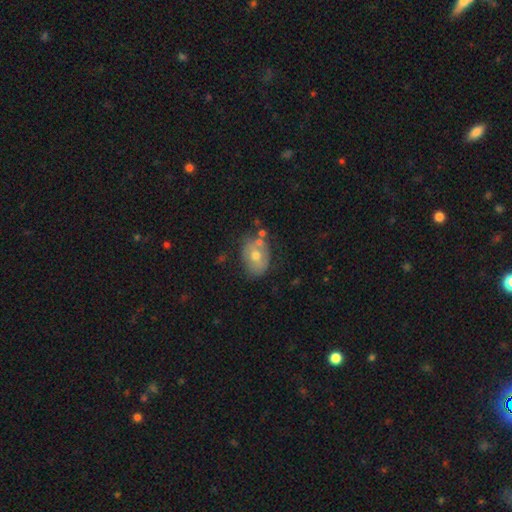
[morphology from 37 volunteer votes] smooth_or_featured: smooth (p=0.57) [alt: featured or disk p=0.38]
how_rounded: in between (p=0.76) [alt: round p=0.24]
merging: none (p=0.54) [alt: minor disturbance p=0.31]